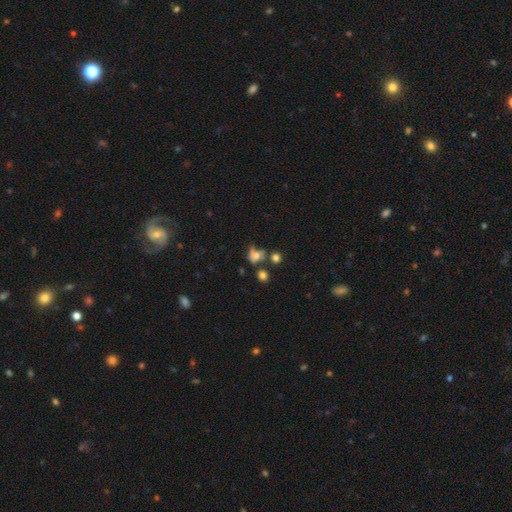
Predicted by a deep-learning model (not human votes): The model was most divided on "merging": none: 34%, minor disturbance: 23%, major disturbance: 22%, merger: 21%. More confident: smooth or featured — smooth (60%); how rounded — round (55%).